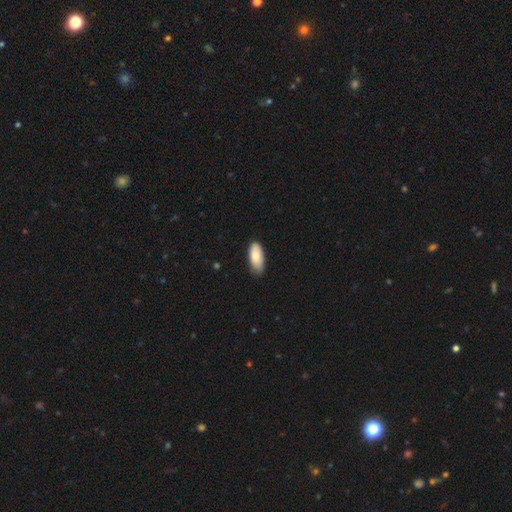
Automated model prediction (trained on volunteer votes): Q: Smooth or featured?
A: smooth (81%); runner-up: featured or disk (13%)
Q: How rounded?
A: in between (88%); runner-up: cigar-shaped (10%)
Q: Merging?
A: none (78%); runner-up: minor disturbance (18%)